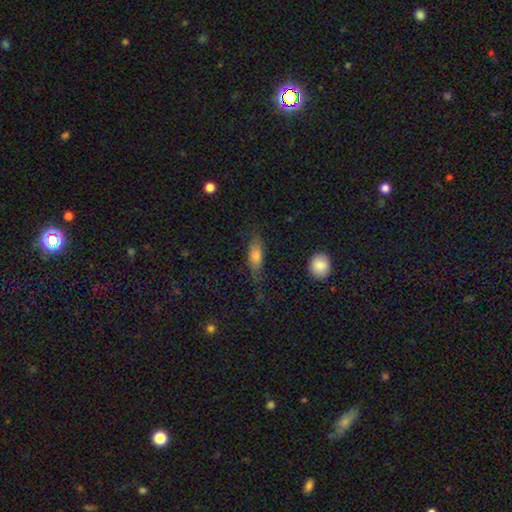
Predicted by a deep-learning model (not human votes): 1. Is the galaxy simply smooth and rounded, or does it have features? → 72% smooth, 21% featured or disk, 8% star or artifact.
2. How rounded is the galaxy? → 59% in between, 37% cigar-shaped, 4% round.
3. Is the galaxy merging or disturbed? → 68% none, 23% minor disturbance, 7% major disturbance, 2% merger.